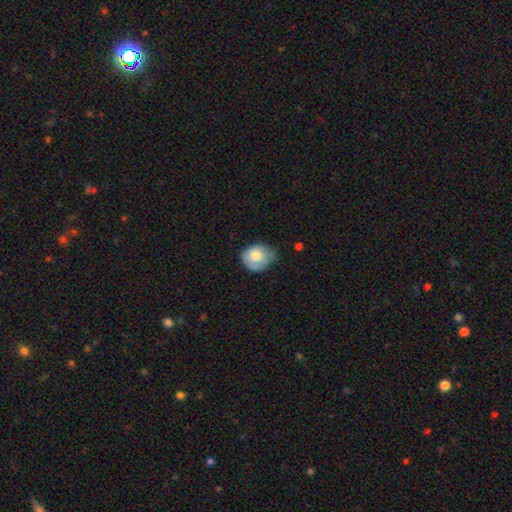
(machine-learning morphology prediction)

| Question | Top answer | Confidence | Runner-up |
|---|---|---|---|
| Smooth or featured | smooth | 68% | featured or disk (25%) |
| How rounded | round | 65% | in between (34%) |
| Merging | none | 52% | minor disturbance (37%) |